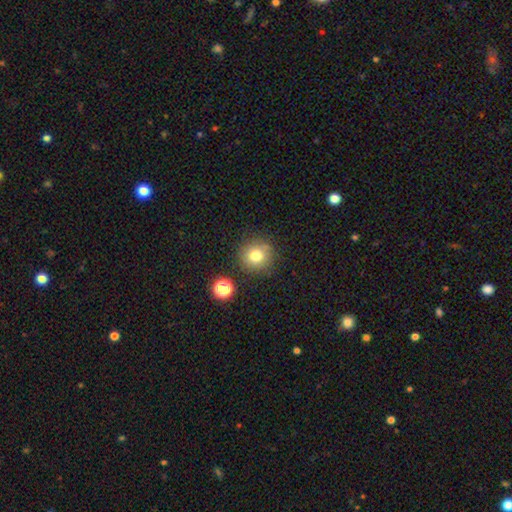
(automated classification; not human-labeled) smooth_or_featured: smooth (p=0.77) [alt: star or artifact p=0.14]
how_rounded: round (p=0.91) [alt: in between p=0.08]
merging: none (p=0.82) [alt: minor disturbance p=0.10]